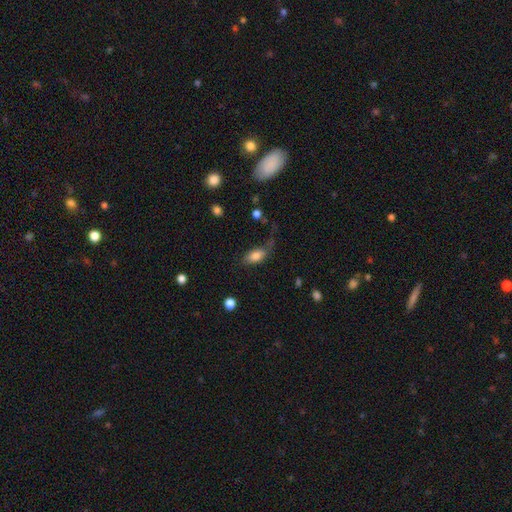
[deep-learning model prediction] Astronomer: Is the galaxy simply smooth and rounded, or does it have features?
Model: smooth — 79%.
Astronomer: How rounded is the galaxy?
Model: in between — 90%.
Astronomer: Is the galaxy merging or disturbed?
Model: none — 46% (runner-up: minor disturbance, 25%).